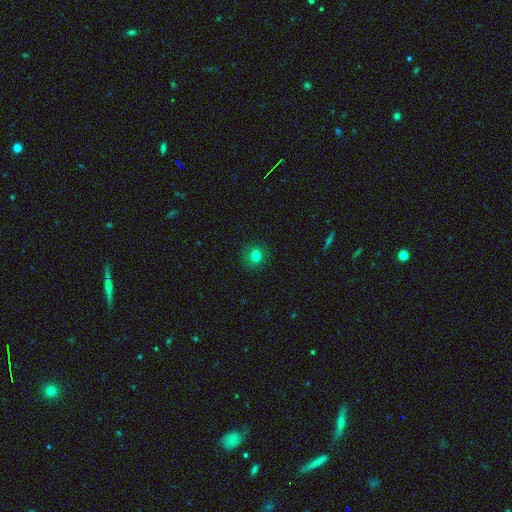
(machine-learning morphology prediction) This is likely a smooth galaxy (78%). How rounded: likely round (76%). Merging: clearly none (88%).